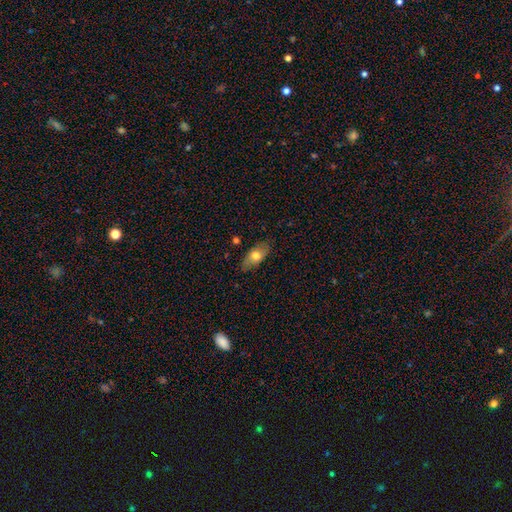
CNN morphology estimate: A smooth galaxy with no disk features (67%) that is in between round and cigar-shaped (87%).

Vote fractions:
- Smooth or featured? smooth: 67% / featured or disk: 26% / star or artifact: 7%
- How rounded? in between: 87% / cigar-shaped: 9% / round: 4%
- Merging? none: 82% / minor disturbance: 14% / major disturbance: 3% / merger: 1%